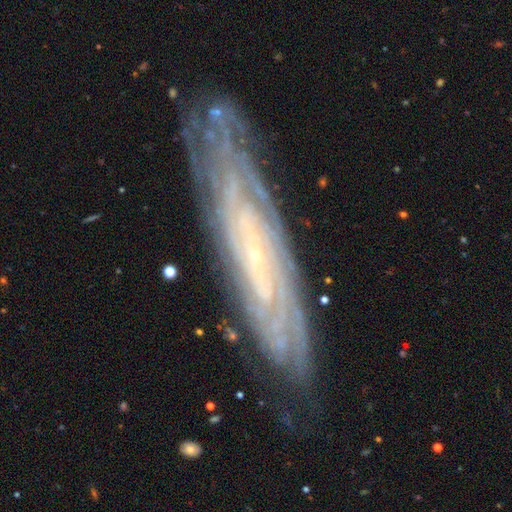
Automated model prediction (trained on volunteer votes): Smooth or featured?
  - featured or disk: 82% *
  - smooth: 11%
  - star or artifact: 7%
Edge-on disk?
  - no: 68% *
  - yes: 32%
Bar?
  - no: 58% *
  - weak: 29%
  - strong: 12%
Spiral arms?
  - yes: 93% *
  - no: 7%
Spiral winding?
  - tight: 79% *
  - medium: 16%
  - loose: 4%
Spiral arm count?
  - can't tell: 55% *
  - more than 4: 12%
  - 2: 10%
  - 4: 9%
  - 3: 8%
  - 1: 5%
Bulge size?
  - small: 86% *
  - moderate: 8%
  - none: 5%
  - large: 1%
  - dominant: 1%
Merging?
  - none: 81% *
  - minor disturbance: 14%
  - major disturbance: 4%
  - merger: 2%